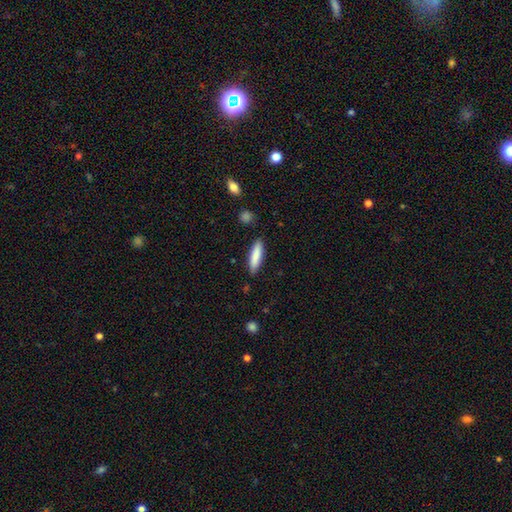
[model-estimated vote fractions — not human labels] Smooth or featured?
  - smooth: 84% *
  - featured or disk: 10%
  - star or artifact: 6%
How rounded?
  - cigar-shaped: 72% *
  - in between: 27%
  - round: 1%
Merging?
  - none: 87% *
  - minor disturbance: 10%
  - major disturbance: 2%
  - merger: 2%